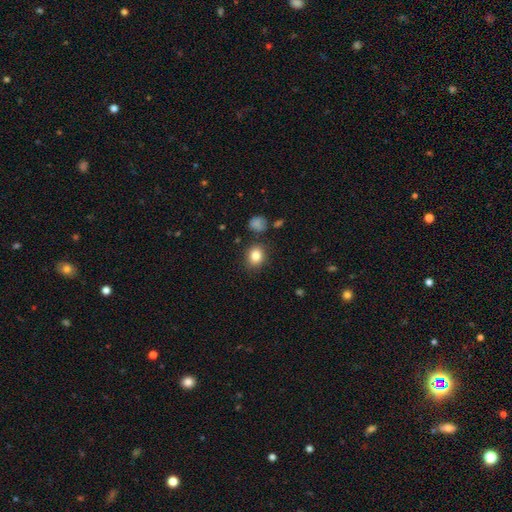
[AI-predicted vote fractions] Smooth or featured? Predicted: smooth (p=0.84). How rounded? Predicted: round (p=0.61). Merging? Predicted: none (p=0.84).